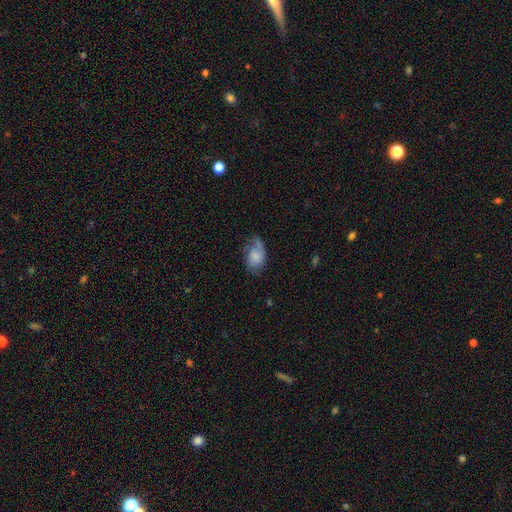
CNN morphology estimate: smooth-or-featured: smooth: 49% | featured or disk: 43% | star or artifact: 8%
  merging: none: 48% | minor disturbance: 30% | major disturbance: 20% | merger: 2%